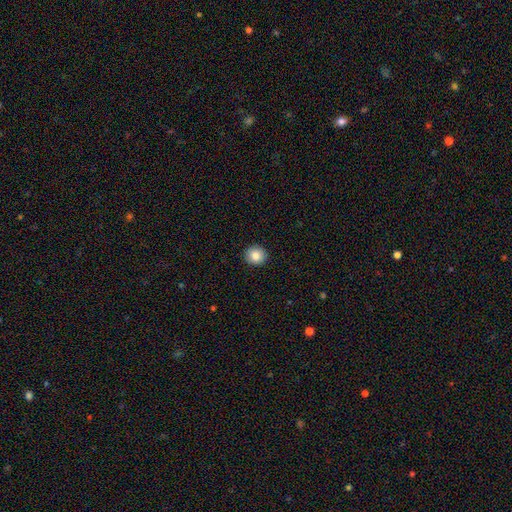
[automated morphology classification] Smooth or featured?
  - smooth: 85% *
  - star or artifact: 9%
  - featured or disk: 7%
How rounded?
  - round: 92% *
  - in between: 7%
  - cigar-shaped: 1%
Merging?
  - none: 93% *
  - minor disturbance: 5%
  - major disturbance: 2%
  - merger: 1%